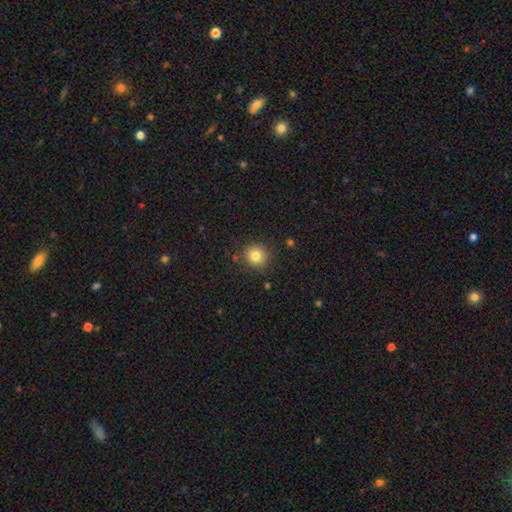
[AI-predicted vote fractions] The model was most divided on "smooth or featured": smooth: 82%, star or artifact: 11%, featured or disk: 7%. More confident: how rounded — round (88%); merging — none (87%).